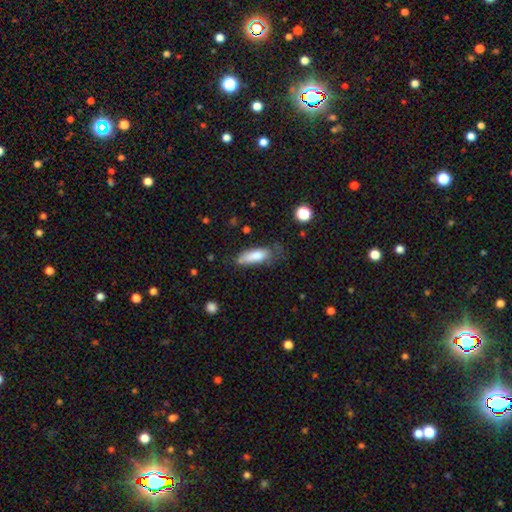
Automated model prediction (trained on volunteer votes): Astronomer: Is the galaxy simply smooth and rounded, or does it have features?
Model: smooth — 75%.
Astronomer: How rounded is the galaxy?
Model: in between — 63%.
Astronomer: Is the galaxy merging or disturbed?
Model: none — 49% (runner-up: minor disturbance, 32%).